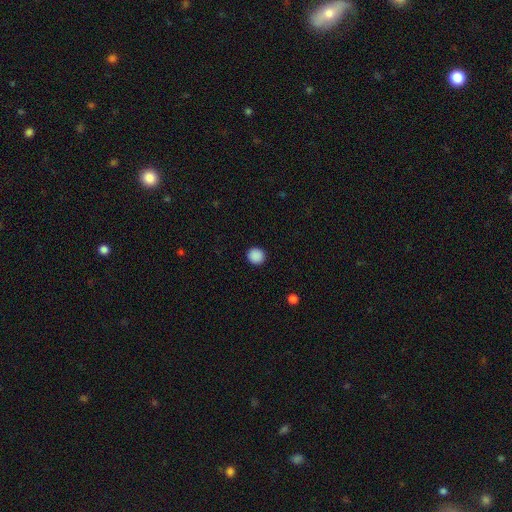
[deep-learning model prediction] smooth 89%, star or artifact 9%, featured or disk 2%. Down the decision tree: how rounded — round (92%); merging — none (93%).